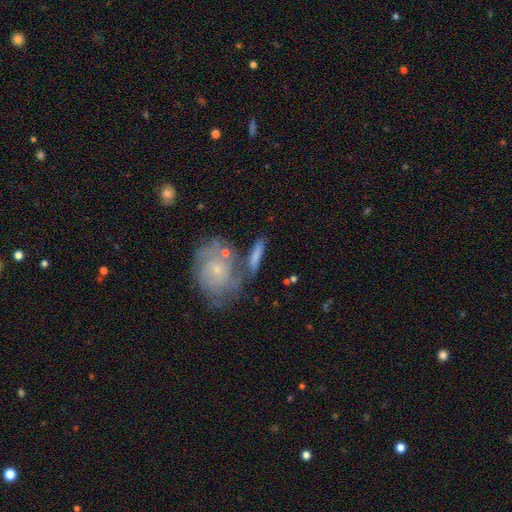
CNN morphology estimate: Overall: smooth (53%; featured or disk 39%). How rounded: cigar-shaped (54%; in between 38%). Merging: none (55%; merger 21%).